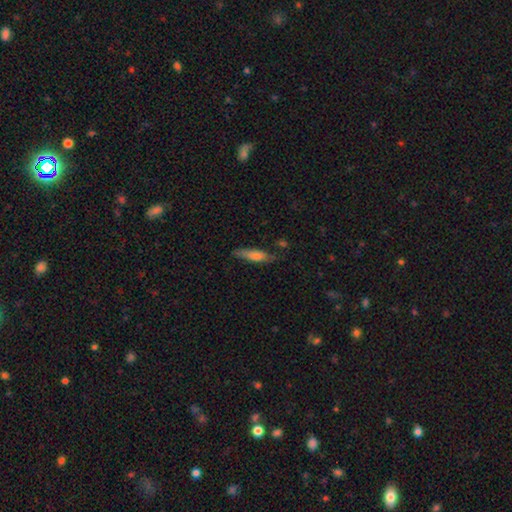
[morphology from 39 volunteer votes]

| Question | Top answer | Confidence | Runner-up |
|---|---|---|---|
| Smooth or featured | featured or disk | 51% | smooth (46%) |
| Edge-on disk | yes | 95% | no (5%) |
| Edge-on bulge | rounded | 68% | boxy (21%) |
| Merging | none | 68% | minor disturbance (24%) |